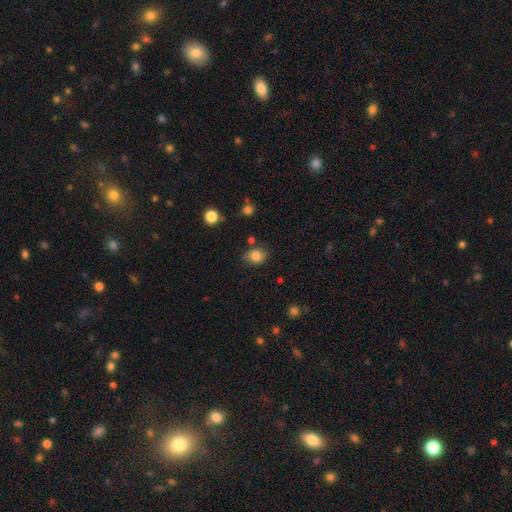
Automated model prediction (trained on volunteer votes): The model was most divided on "how rounded": round: 51%, in between: 48%, cigar-shaped: 1%. More confident: smooth or featured — smooth (82%); merging — none (75%).